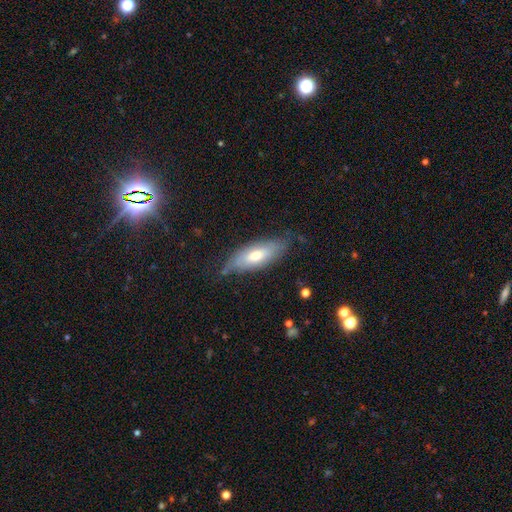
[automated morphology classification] This is possibly a smooth galaxy (55%). How rounded: likely in between (69%). Merging: likely none (69%).